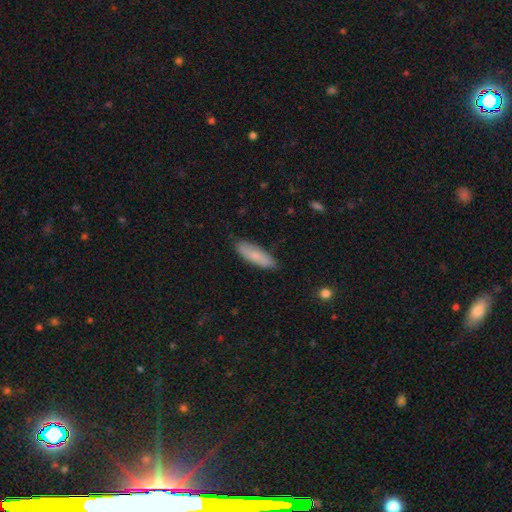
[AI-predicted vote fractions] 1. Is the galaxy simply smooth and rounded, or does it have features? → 79% smooth, 15% featured or disk, 6% star or artifact.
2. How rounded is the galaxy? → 51% cigar-shaped, 48% in between, 2% round.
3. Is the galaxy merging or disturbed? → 84% none, 13% minor disturbance, 2% major disturbance, 1% merger.